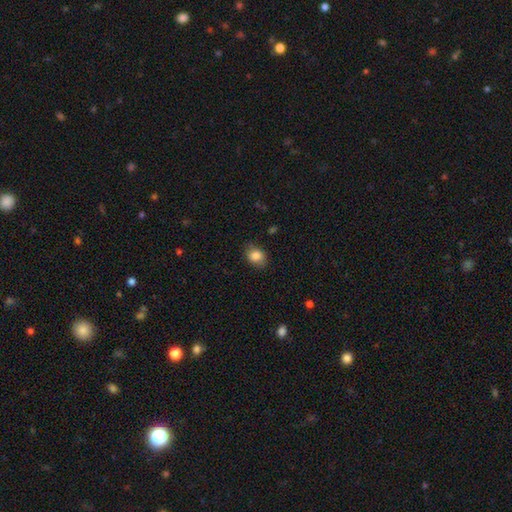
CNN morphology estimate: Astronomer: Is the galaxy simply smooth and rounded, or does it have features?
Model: smooth — 85%.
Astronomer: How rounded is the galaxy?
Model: in between — 59% (runner-up: round, 40%).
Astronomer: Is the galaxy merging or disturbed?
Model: none — 80%.